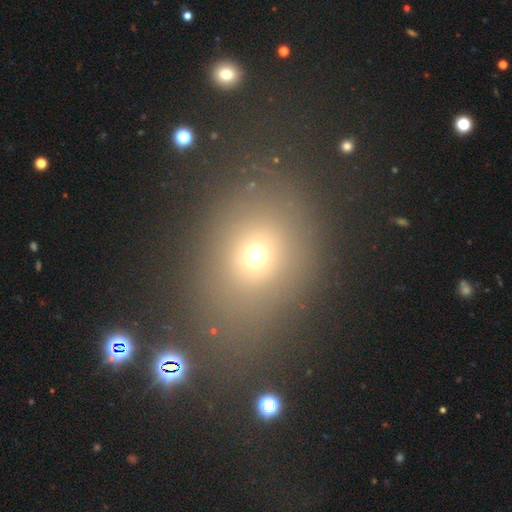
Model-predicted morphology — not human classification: Overall: smooth (64%). How rounded: round (57%; in between 41%). Merging: none (72%).